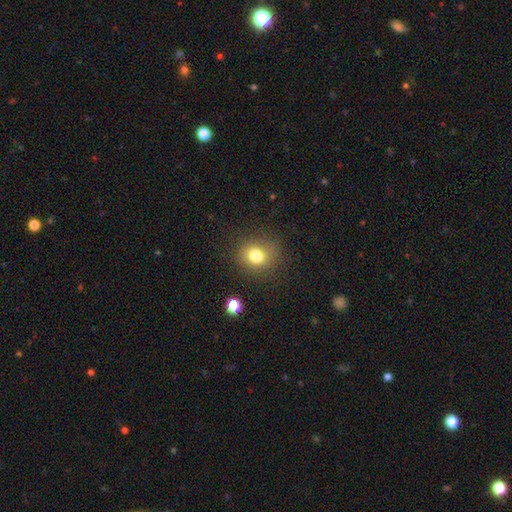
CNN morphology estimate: Smooth or featured?
  - smooth: 79% *
  - star or artifact: 12%
  - featured or disk: 9%
How rounded?
  - round: 73% *
  - in between: 26%
  - cigar-shaped: 1%
Merging?
  - none: 80% *
  - minor disturbance: 13%
  - major disturbance: 5%
  - merger: 2%